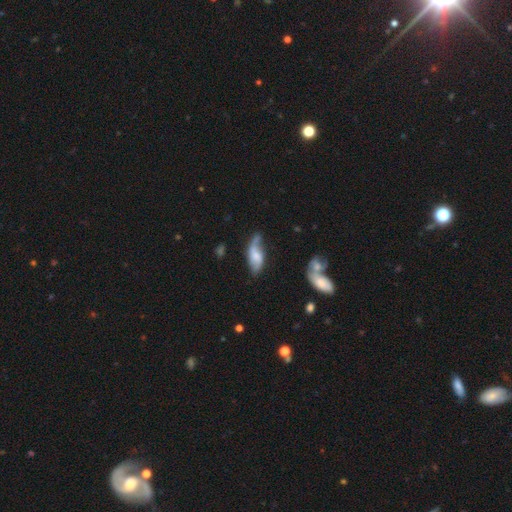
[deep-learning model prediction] This is possibly a featured or disk galaxy (60%). It is clearly not viewed edge-on (89%). Bar: possibly no (50%). Spiral arm pattern: clearly yes (89%). Central bulge: marginally small (34%). Merging: possibly none (50%).